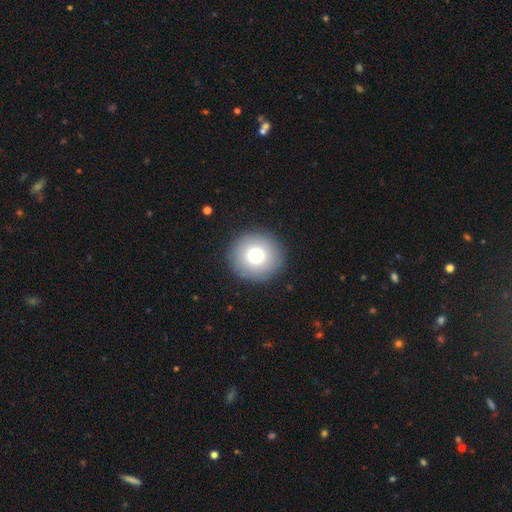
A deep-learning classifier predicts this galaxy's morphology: This appears to be a smooth galaxy with no disk features (77%) that is round (93%). Merging: none (90%).